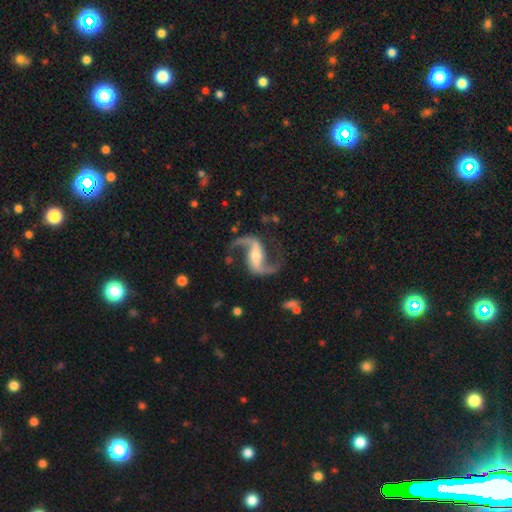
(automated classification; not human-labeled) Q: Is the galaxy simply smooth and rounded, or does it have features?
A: featured or disk — 93%.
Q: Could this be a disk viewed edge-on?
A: no — 97%.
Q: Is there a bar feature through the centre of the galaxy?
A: strong — 52%.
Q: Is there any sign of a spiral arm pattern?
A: yes — 98%.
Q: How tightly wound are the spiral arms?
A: loose — 66%.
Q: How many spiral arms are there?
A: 2 — 94%.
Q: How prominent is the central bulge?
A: moderate — 49%.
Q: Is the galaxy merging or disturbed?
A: none — 80%.